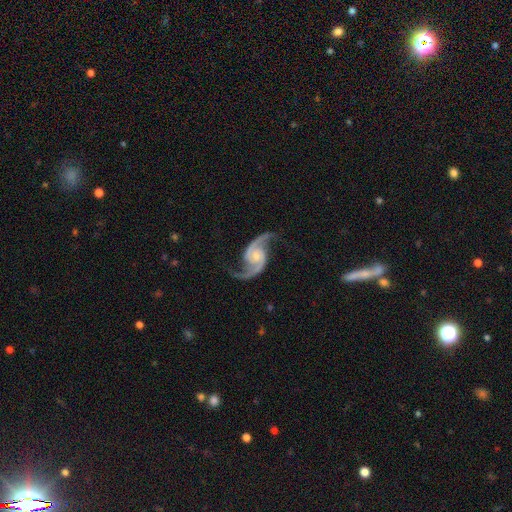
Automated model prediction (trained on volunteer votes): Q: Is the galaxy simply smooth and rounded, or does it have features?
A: featured or disk — 94%.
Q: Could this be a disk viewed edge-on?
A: no — 98%.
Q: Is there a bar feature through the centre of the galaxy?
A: no — 64%.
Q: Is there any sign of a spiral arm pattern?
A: yes — 98%.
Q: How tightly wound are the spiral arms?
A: medium — 46%.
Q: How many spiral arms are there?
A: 2 — 95%.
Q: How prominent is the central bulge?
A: small — 54%.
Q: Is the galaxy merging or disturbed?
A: none — 79%.